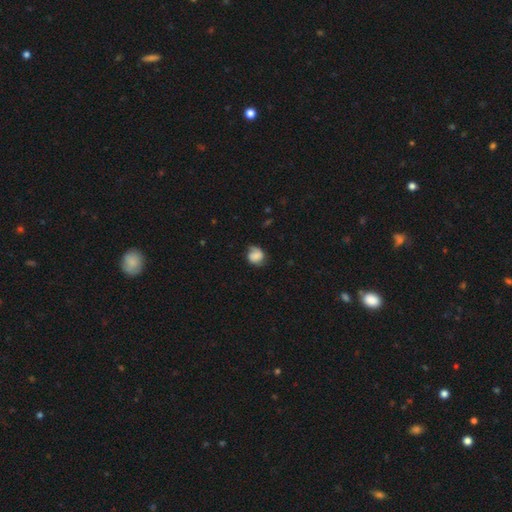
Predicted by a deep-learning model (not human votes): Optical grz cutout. It shows a smooth galaxy with no disk features (68%) that is round (71%). Merging: none (57%).